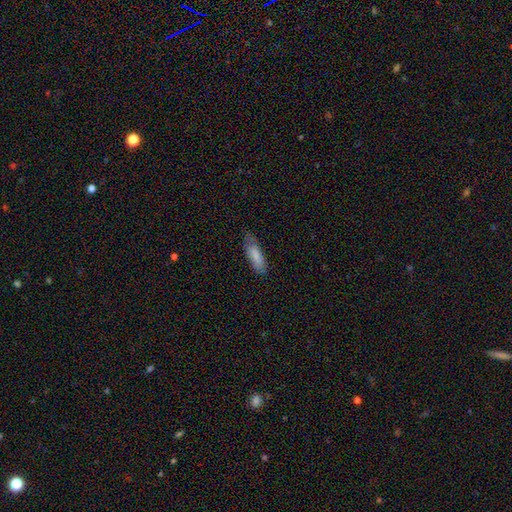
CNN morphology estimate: Overall: smooth (82%). How rounded: in between (58%; cigar-shaped 40%). Merging: none (63%; minor disturbance 29%).